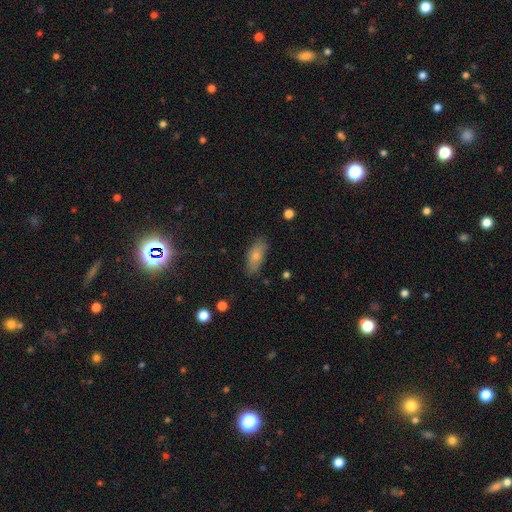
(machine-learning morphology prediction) This is likely a smooth galaxy (76%). How rounded: clearly in between (81%). Merging: clearly none (82%).